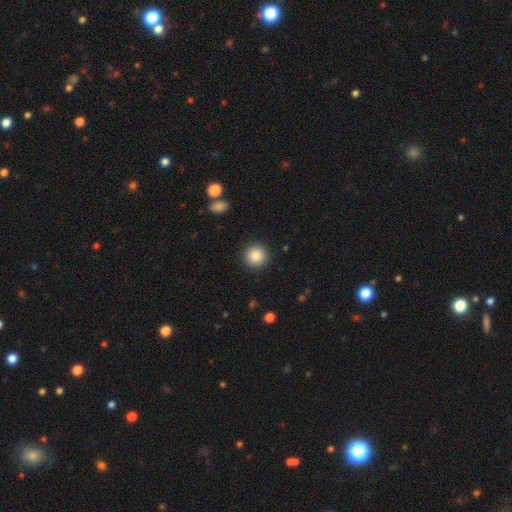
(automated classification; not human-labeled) Smooth or featured? smooth (86%)
How rounded? round (94%)
Merging? none (92%)